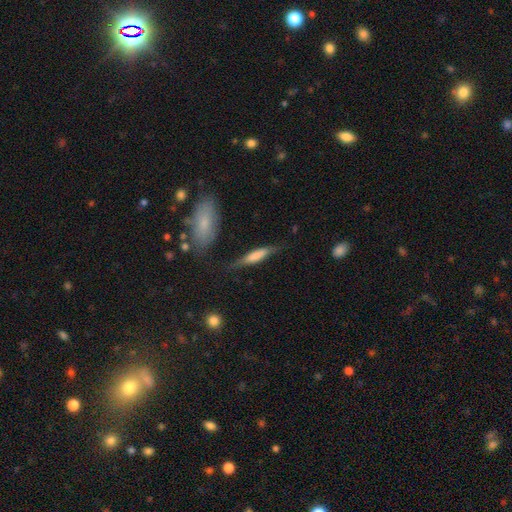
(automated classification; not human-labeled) smooth 58%, featured or disk 36%, star or artifact 6%. Down the decision tree: how rounded — cigar-shaped (78%); merging — none (66%).